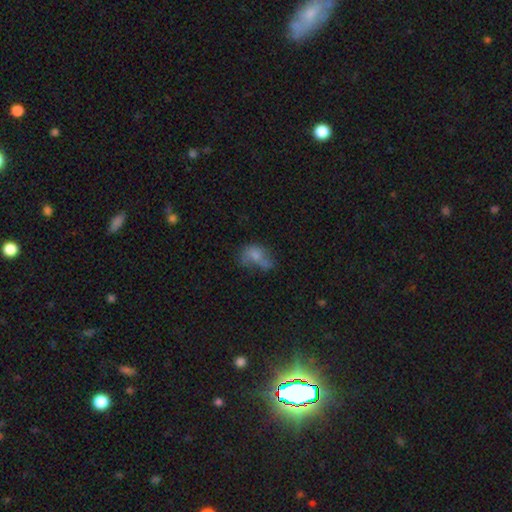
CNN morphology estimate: Smooth or featured? Predicted: smooth (p=0.60). How rounded? Predicted: in between (p=0.79). Merging? Predicted: major disturbance (p=0.32).